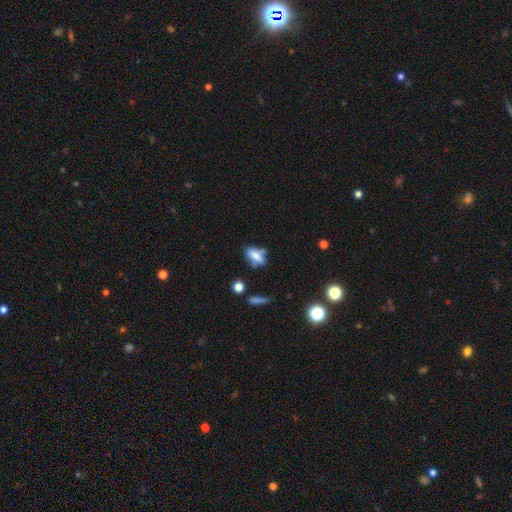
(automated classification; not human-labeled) smooth-or-featured: smooth: 62% | featured or disk: 26% | star or artifact: 11%
  how-rounded: in between: 72% | cigar-shaped: 22% | round: 6%
  merging: none: 48% | minor disturbance: 26% | merger: 14% | major disturbance: 12%